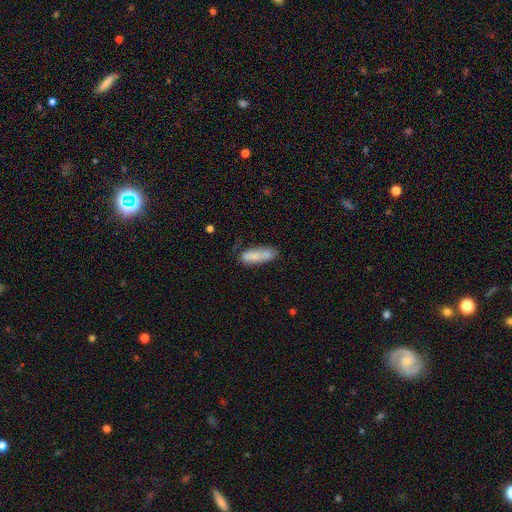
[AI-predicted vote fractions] This appears to be a smooth galaxy with no disk features (78%) that is in between round and cigar-shaped (52%). Merging: none (58%).